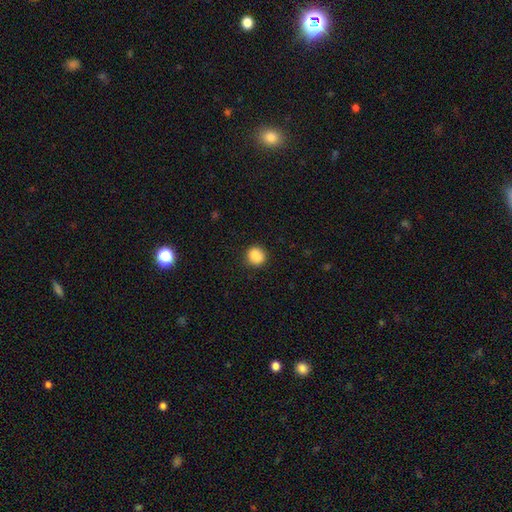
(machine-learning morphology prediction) Smooth or featured: smooth — 86% (star or artifact — 9%)
How rounded: round — 77% (in between — 22%)
Merging: none — 79% (minor disturbance — 13%)